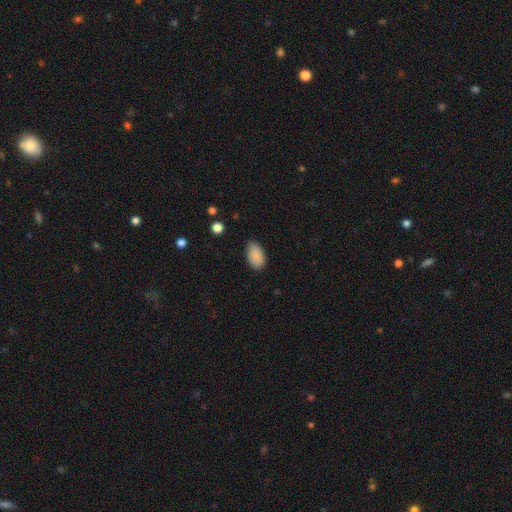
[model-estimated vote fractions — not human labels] smooth 89%, star or artifact 7%, featured or disk 4%. Down the decision tree: how rounded — in between (93%); merging — none (78%).